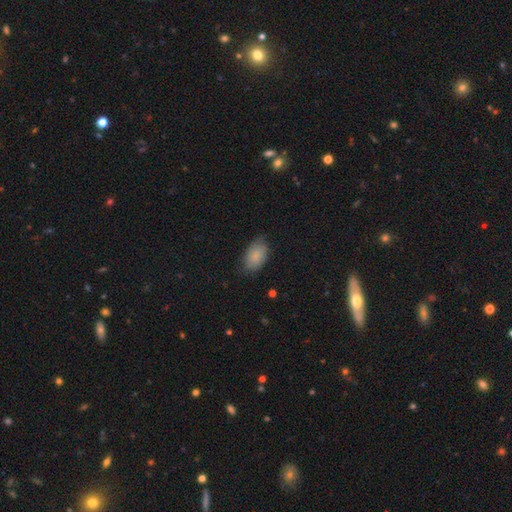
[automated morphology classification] A smooth galaxy with no disk features (84%) that is in between round and cigar-shaped (92%). Merging: none (71%).